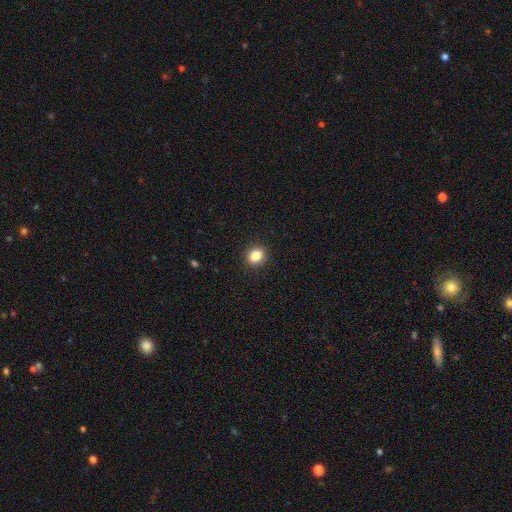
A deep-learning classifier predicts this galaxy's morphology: Smooth or featured? smooth (84%)
How rounded? round (69%)
Merging? none (92%)